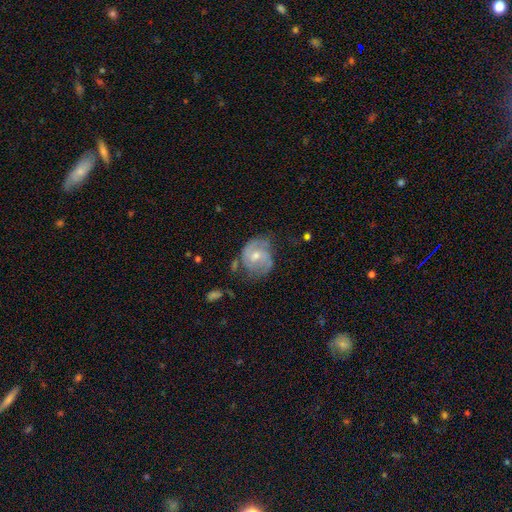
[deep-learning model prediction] Smooth or featured: featured or disk — 80% (smooth — 13%)
Edge-on disk: no — 98% (yes — 2%)
Bar: no — 53% (weak — 39%)
Spiral arms: yes — 93% (no — 7%)
Spiral winding: medium — 45% (tight — 40%)
Spiral arm count: 2 — 68% (can't tell — 14%)
Bulge size: moderate — 54% (small — 42%)
Merging: none — 62% (minor disturbance — 24%)